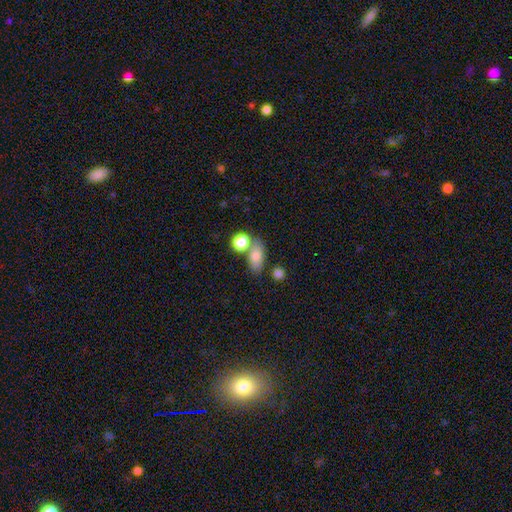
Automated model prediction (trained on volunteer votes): This appears to be a smooth galaxy with no disk features (79%) that is in between round and cigar-shaped (79%). Merging: none (59%).